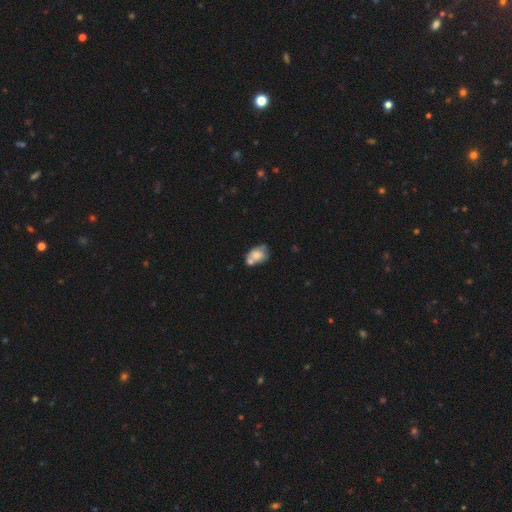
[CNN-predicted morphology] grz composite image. It shows a smooth galaxy with no disk features (64%) that is in between round and cigar-shaped (78%). Merging: merger (39%).